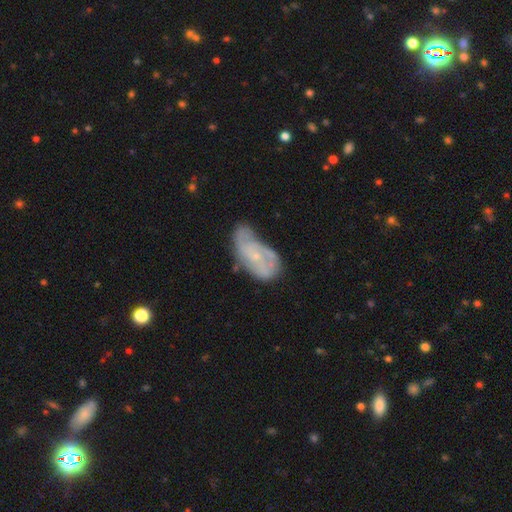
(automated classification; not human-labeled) Smooth or featured? Predicted: featured or disk (p=0.63). Edge-on disk? Predicted: no (p=0.95). Bar? Predicted: no (p=0.71). Spiral arms? Predicted: yes (p=0.69). Bulge size? Predicted: small (p=0.72). Merging? Predicted: none (p=0.42).